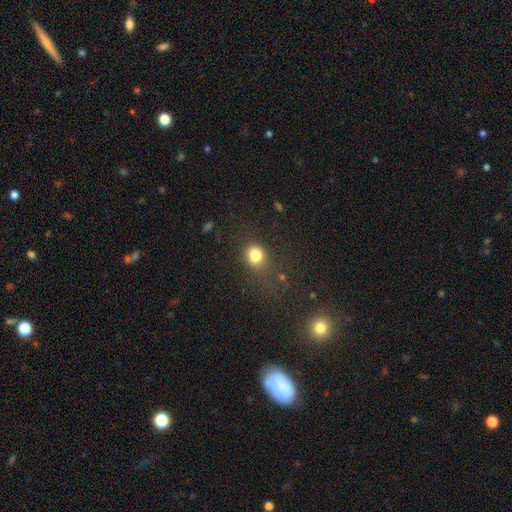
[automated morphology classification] This is clearly a smooth galaxy (81%). How rounded: possibly round (58%). Merging: likely none (69%).